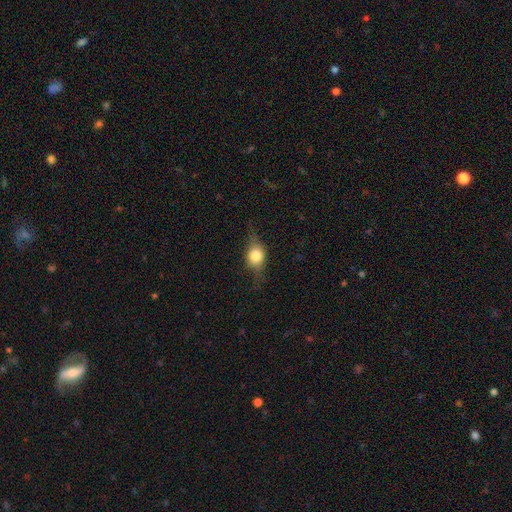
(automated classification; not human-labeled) Overall: smooth (56%; featured or disk 35%). How rounded: round (49%; in between 46%). Merging: none (69%).